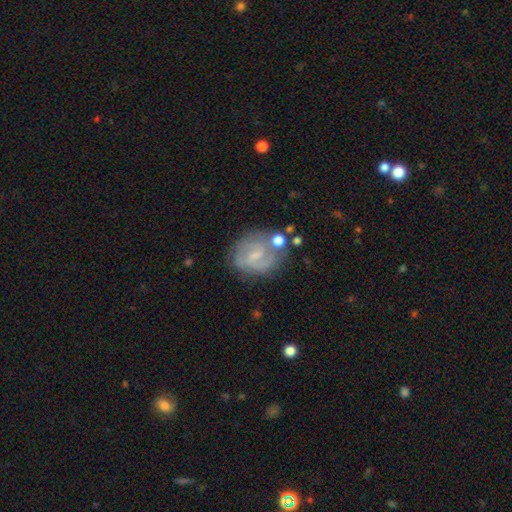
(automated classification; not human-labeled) This appears to be a featured or disk galaxy (74%) with a weak bar (57%), 2 (70%) medium (45%) spiral arms (90%) and a small central bulge (59%). Merging: none (64%).